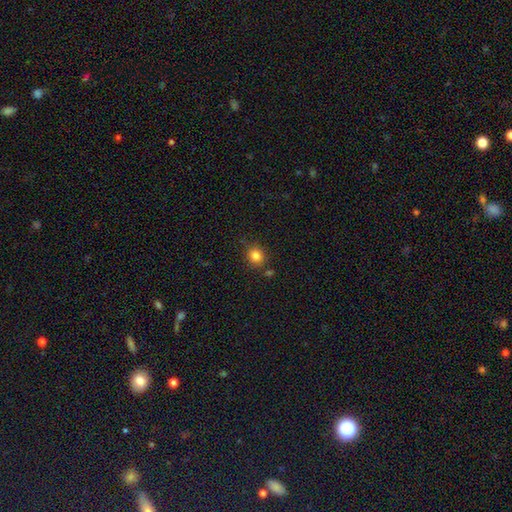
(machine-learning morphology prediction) smooth 83%, star or artifact 12%, featured or disk 5%. Down the decision tree: how rounded — round (81%); merging — none (82%).